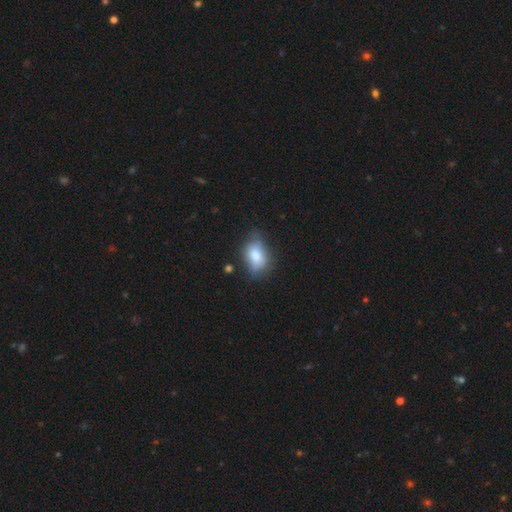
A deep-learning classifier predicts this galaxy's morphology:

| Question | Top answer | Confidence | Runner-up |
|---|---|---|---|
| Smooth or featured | smooth | 75% | featured or disk (16%) |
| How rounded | in between | 78% | round (20%) |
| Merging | none | 53% | minor disturbance (34%) |